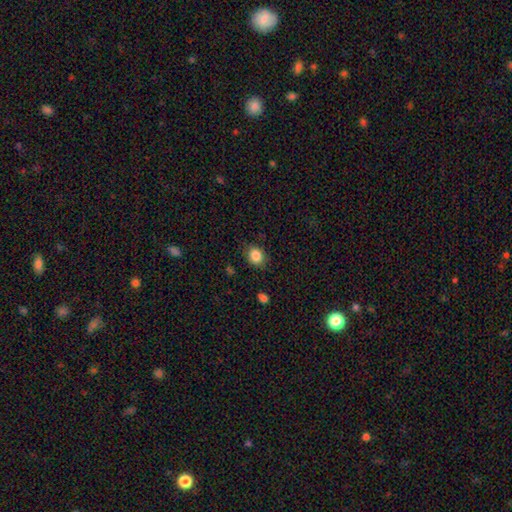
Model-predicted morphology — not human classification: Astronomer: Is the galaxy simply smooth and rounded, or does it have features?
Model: smooth — 85%.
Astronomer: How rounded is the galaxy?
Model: round — 57% (runner-up: in between, 42%).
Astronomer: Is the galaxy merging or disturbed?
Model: none — 81%.